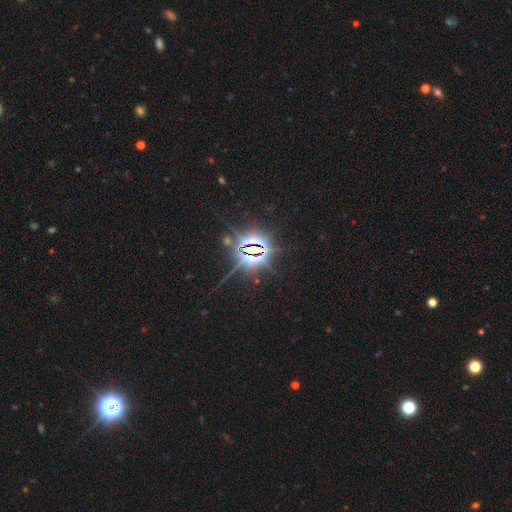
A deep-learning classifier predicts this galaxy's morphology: A star or artifact, not a galaxy (86%).